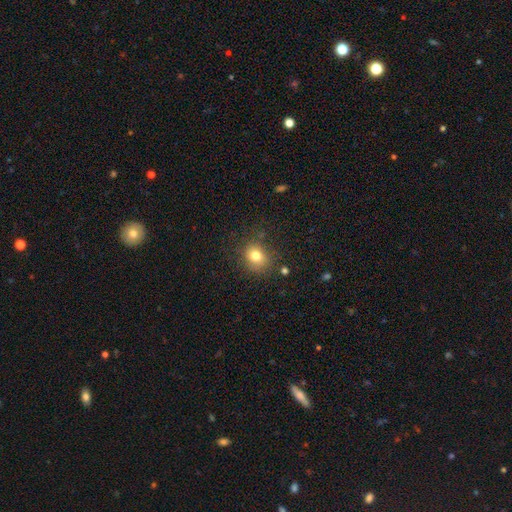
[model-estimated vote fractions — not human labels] This appears to be a smooth galaxy with no disk features (78%) that is round (71%). Merging: none (79%).